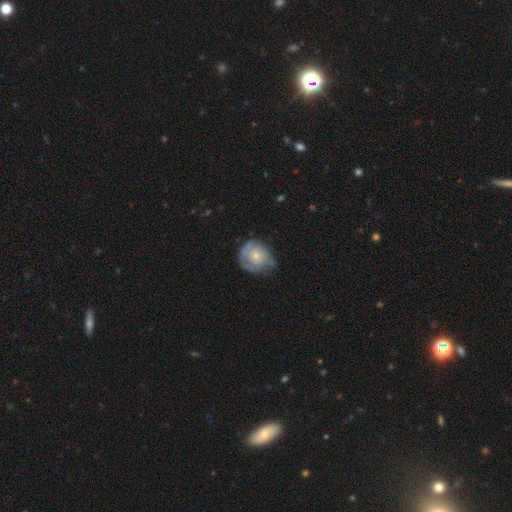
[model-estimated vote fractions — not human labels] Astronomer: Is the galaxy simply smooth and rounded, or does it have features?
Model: featured or disk — 50% (runner-up: smooth, 44%).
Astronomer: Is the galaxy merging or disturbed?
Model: none — 56%.